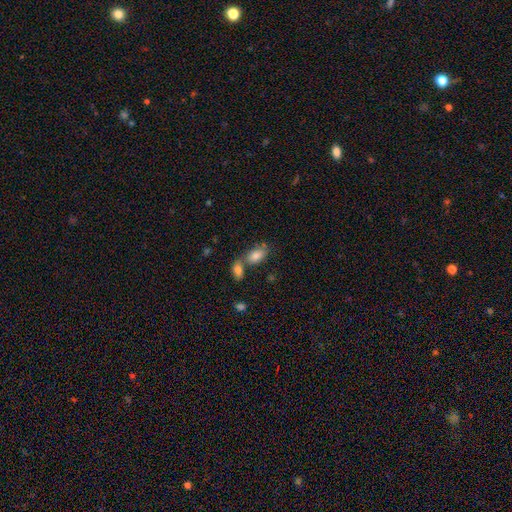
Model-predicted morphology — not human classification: Smooth or featured? Predicted: smooth (p=0.78). How rounded? Predicted: in between (p=0.90). Merging? Predicted: none (p=0.43).